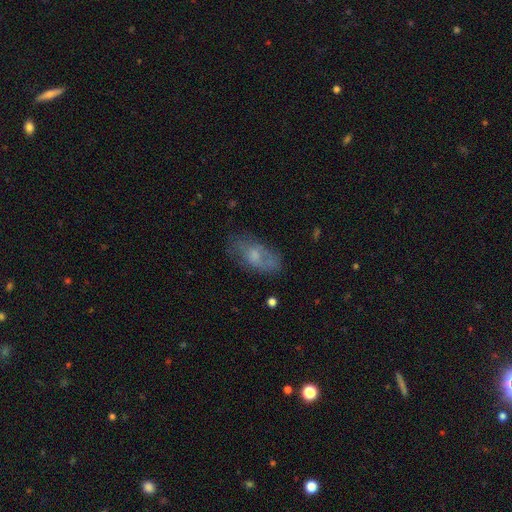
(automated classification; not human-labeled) This appears to be a smooth galaxy with no disk features (54%) that is in between round and cigar-shaped (89%). Merging: none (58%).